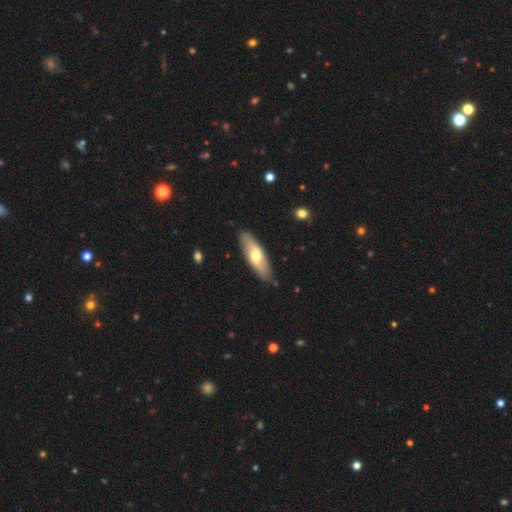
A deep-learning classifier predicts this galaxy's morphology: Smooth or featured? smooth (57%)
How rounded? in between (57%)
Merging? none (86%)